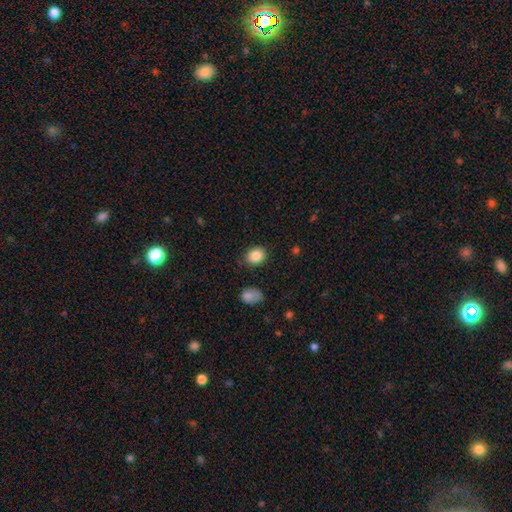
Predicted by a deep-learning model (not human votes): A smooth galaxy with no disk features (87%) that is round (54%). Merging: none (83%).